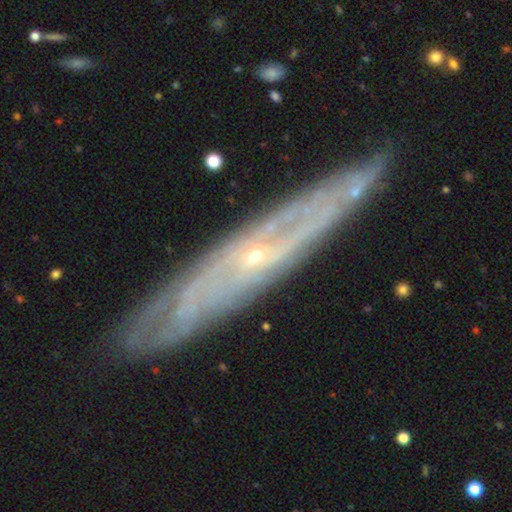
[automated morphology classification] Overall: featured or disk (82%). Edge-on disk: yes (53%; no 47%). Merging: none (82%).